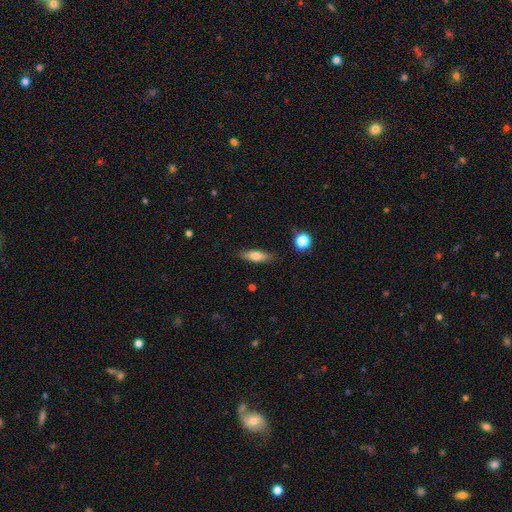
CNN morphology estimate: smooth-or-featured: smooth: 65% | featured or disk: 27% | star or artifact: 7%
  how-rounded: cigar-shaped: 53% | in between: 44% | round: 3%
  merging: none: 85% | minor disturbance: 11% | major disturbance: 3% | merger: 2%